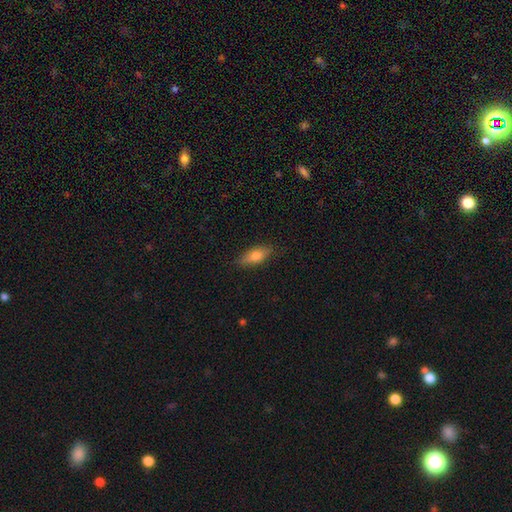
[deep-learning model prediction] smooth_or_featured: smooth (p=0.73) [alt: featured or disk p=0.20]
how_rounded: in between (p=0.72) [alt: cigar-shaped p=0.25]
merging: none (p=0.83) [alt: minor disturbance p=0.14]